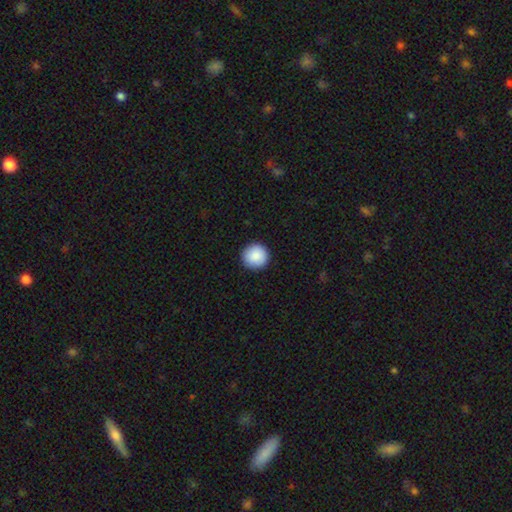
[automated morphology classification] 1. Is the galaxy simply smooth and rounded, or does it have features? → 88% smooth, 7% star or artifact, 5% featured or disk.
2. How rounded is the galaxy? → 96% round, 3% in between, 1% cigar-shaped.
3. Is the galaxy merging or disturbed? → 93% none, 5% minor disturbance, 1% major disturbance, 1% merger.